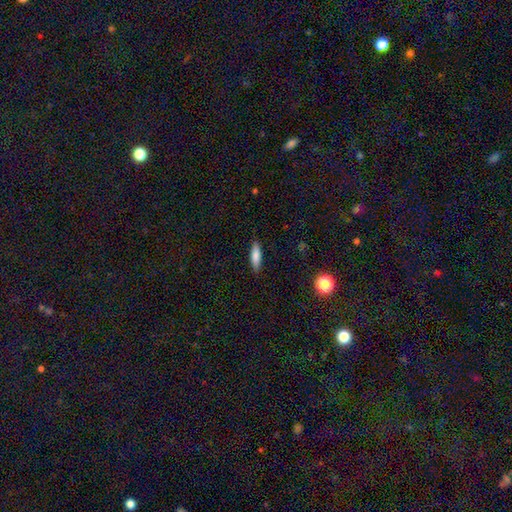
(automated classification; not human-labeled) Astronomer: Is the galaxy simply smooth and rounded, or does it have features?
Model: smooth — 80%.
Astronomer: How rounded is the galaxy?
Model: cigar-shaped — 62%.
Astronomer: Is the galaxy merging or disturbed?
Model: none — 88%.